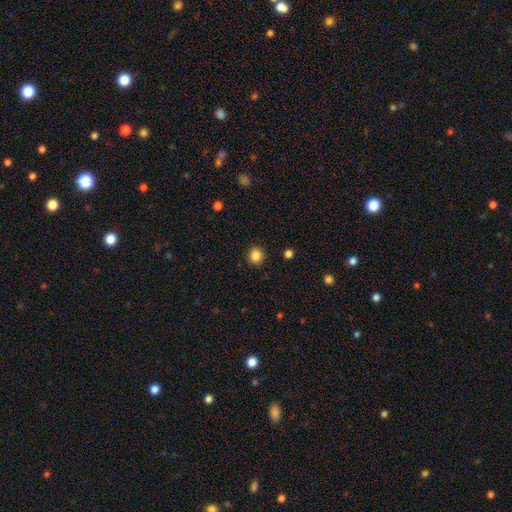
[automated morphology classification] This is clearly a smooth galaxy (85%). How rounded: clearly round (90%). Merging: clearly none (92%).